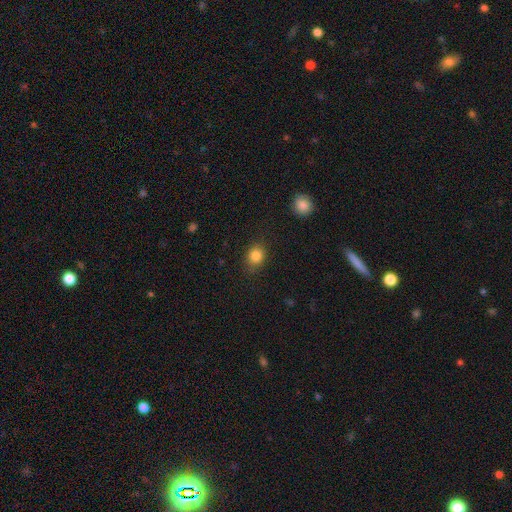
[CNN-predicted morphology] type=smooth (85%); roundness=round (67%); merging=none (82%).